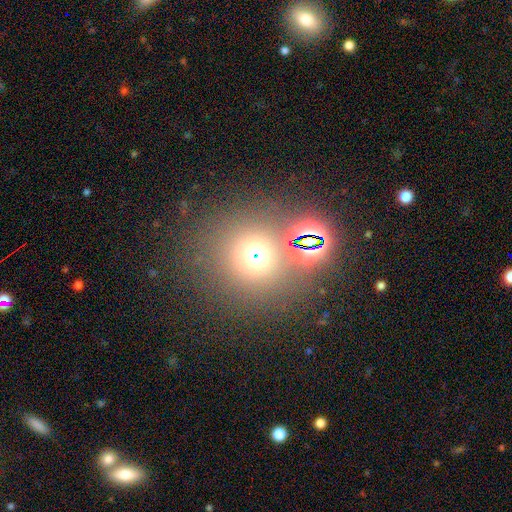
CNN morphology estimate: The model was most divided on "smooth or featured": smooth: 56%, star or artifact: 35%, featured or disk: 9%. More confident: how rounded — round (90%); merging — none (73%).